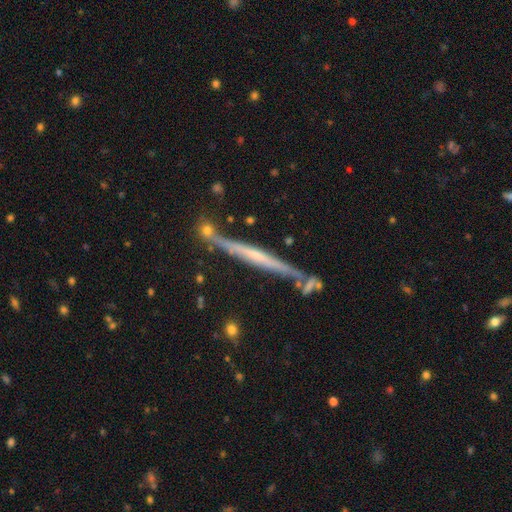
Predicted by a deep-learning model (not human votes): Smooth or featured? featured or disk (72%)
Edge-on disk? yes (96%)
Edge-on bulge? none (62%)
Merging? none (76%)